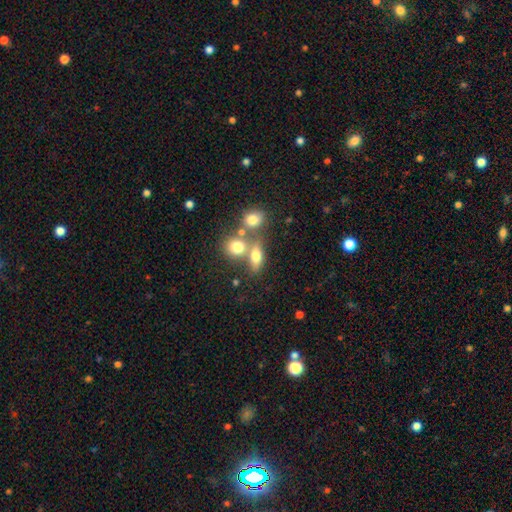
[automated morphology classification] Smooth or featured: smooth — 71% (featured or disk — 18%)
How rounded: in between — 57% (round — 33%)
Merging: none — 44% (merger — 40%)